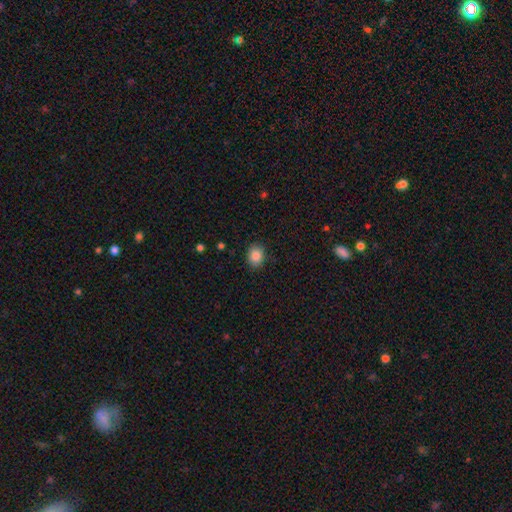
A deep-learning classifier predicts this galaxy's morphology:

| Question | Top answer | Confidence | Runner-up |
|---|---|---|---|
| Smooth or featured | smooth | 86% | star or artifact (9%) |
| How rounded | round | 52% | in between (47%) |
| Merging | none | 87% | minor disturbance (10%) |